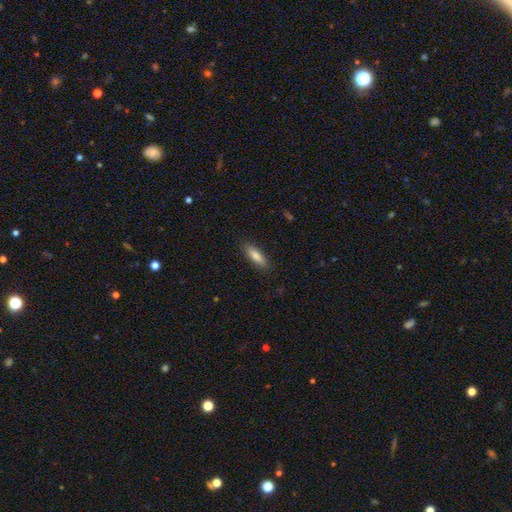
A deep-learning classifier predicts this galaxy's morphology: This is clearly a smooth galaxy (82%). How rounded: possibly cigar-shaped (52%). Merging: clearly none (88%).